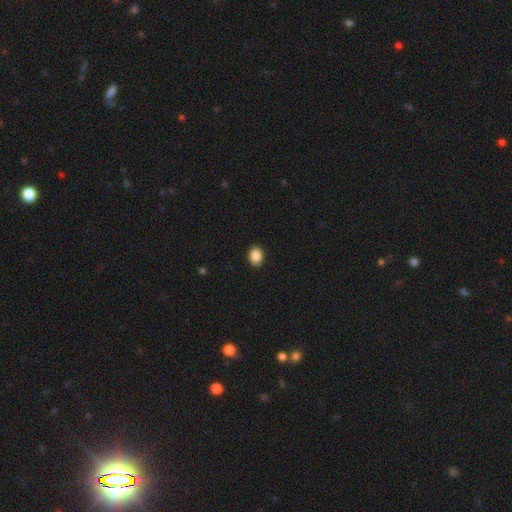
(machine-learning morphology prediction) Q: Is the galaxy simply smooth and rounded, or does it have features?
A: smooth — 88%.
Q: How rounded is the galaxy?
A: in between — 61%.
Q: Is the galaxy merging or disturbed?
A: none — 91%.